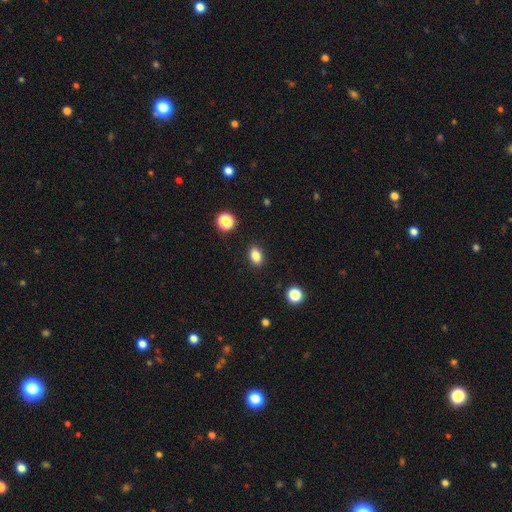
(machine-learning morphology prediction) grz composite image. It shows a smooth galaxy with no disk features (84%) that is in between round and cigar-shaped (81%). Merging: none (89%).